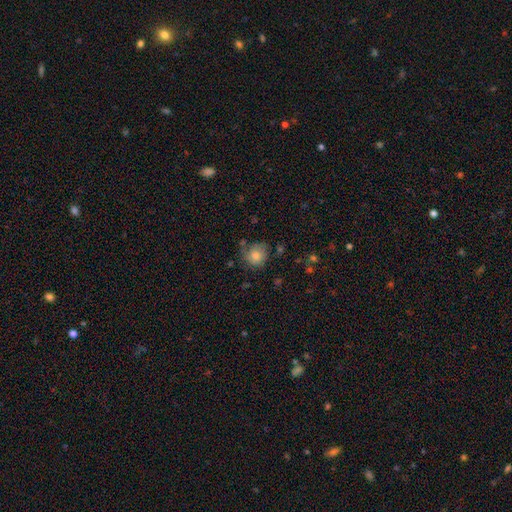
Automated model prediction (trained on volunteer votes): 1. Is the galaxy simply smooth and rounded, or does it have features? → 79% smooth, 12% featured or disk, 9% star or artifact.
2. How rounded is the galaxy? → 83% round, 16% in between, 1% cigar-shaped.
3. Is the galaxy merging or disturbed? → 59% none, 26% minor disturbance, 10% major disturbance, 5% merger.